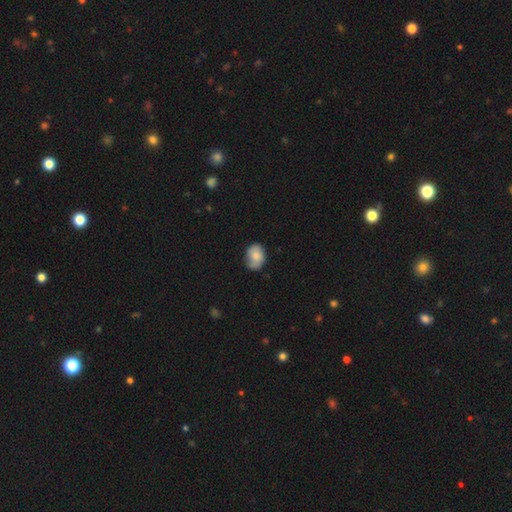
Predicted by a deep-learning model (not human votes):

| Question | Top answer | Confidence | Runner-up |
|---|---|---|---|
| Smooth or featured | smooth | 72% | featured or disk (20%) |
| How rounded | in between | 63% | round (36%) |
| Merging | none | 59% | minor disturbance (31%) |